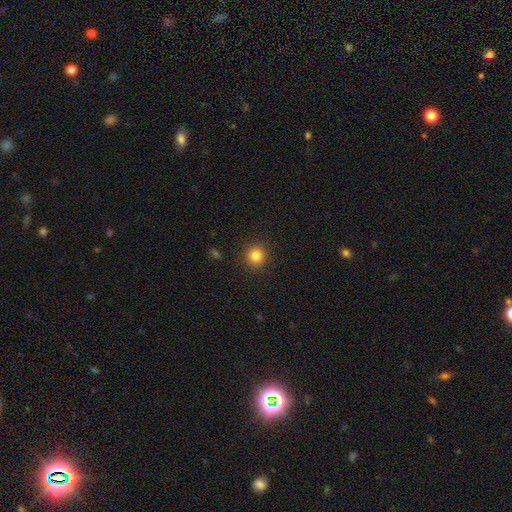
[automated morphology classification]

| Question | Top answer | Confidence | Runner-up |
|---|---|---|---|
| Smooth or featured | smooth | 83% | star or artifact (12%) |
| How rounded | round | 92% | in between (7%) |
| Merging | none | 91% | minor disturbance (6%) |